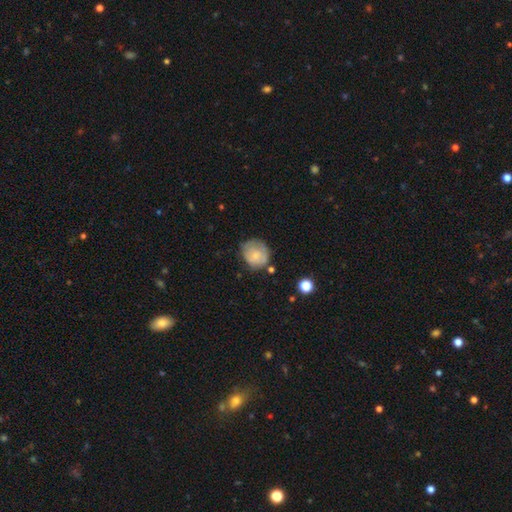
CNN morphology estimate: This is likely a smooth galaxy (65%). How rounded: likely round (76%). Merging: possibly none (56%).